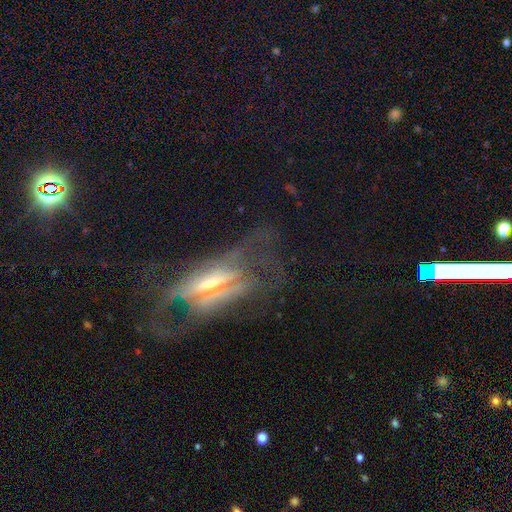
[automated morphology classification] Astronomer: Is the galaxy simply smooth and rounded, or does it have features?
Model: featured or disk — 67%.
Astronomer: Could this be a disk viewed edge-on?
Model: no — 75%.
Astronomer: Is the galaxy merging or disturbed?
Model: none — 48% (runner-up: major disturbance, 31%).